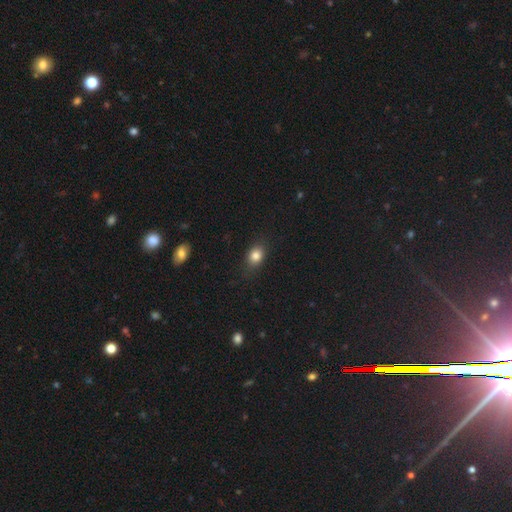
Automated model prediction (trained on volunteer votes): Smooth or featured?
  - smooth: 83% *
  - star or artifact: 10%
  - featured or disk: 7%
How rounded?
  - in between: 59% *
  - round: 40%
  - cigar-shaped: 2%
Merging?
  - none: 82% *
  - minor disturbance: 13%
  - major disturbance: 3%
  - merger: 1%